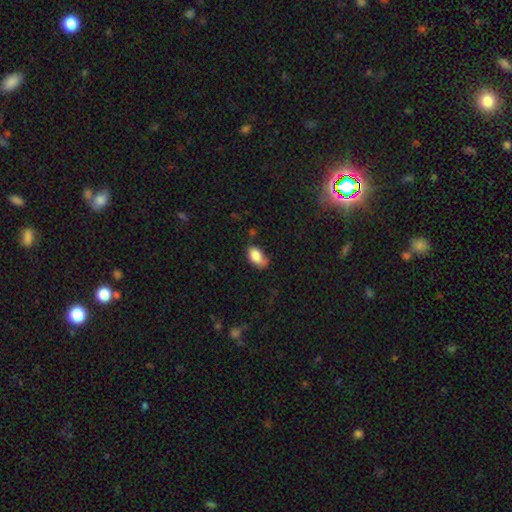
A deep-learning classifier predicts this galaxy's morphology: Smooth or featured? smooth (84%)
How rounded? in between (92%)
Merging? none (49%)